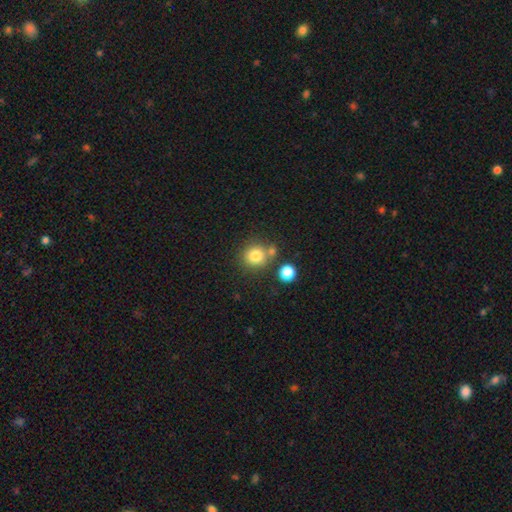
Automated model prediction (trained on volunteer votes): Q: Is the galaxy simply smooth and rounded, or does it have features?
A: smooth — 81%.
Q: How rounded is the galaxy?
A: round — 88%.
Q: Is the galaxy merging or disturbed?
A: none — 68%.